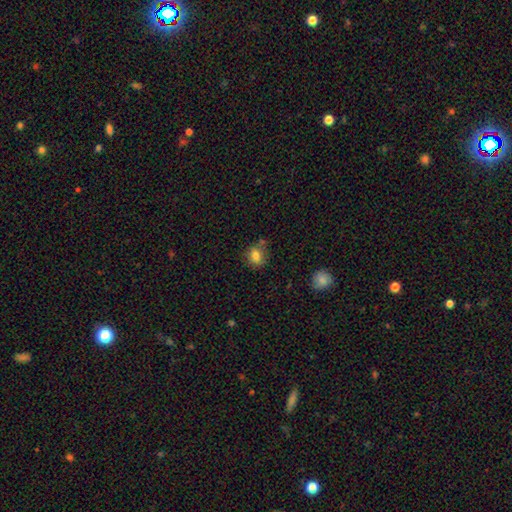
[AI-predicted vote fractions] The model was most divided on "how rounded": round: 70%, in between: 29%, cigar-shaped: 1%. More confident: smooth or featured — smooth (80%); merging — none (67%).